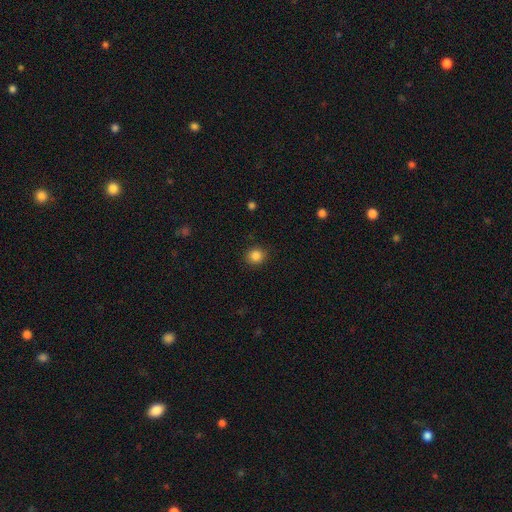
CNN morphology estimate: A smooth galaxy with no disk features (86%) that is round (85%). Merging: none (90%).